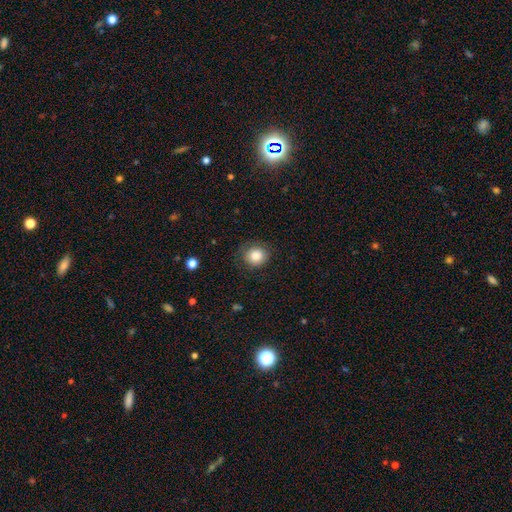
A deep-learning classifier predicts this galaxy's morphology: The model was most divided on "how rounded": round: 81%, in between: 18%, cigar-shaped: 1%. More confident: smooth or featured — smooth (85%); merging — none (79%).